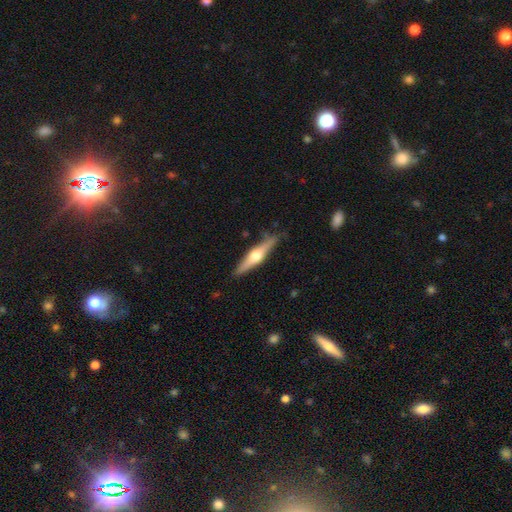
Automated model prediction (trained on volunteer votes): This appears to be a featured or disk galaxy (66%) viewed edge-on (96%) with a rounded central bulge (94%). Merging: none (84%).